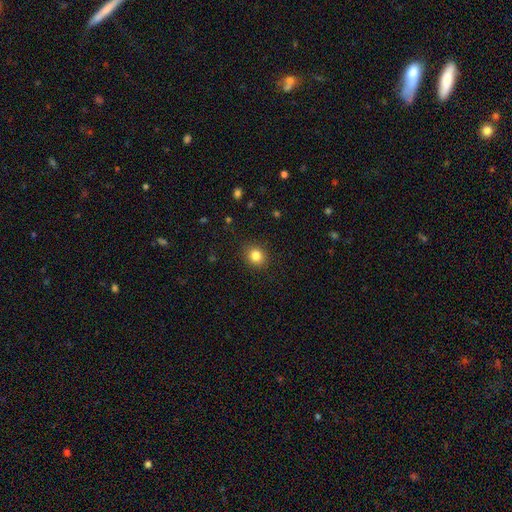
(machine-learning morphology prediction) A smooth galaxy with no disk features (84%) that is round (74%).

Vote fractions:
- Smooth or featured? smooth: 84% / star or artifact: 11% / featured or disk: 6%
- How rounded? round: 74% / in between: 25% / cigar-shaped: 1%
- Merging? none: 89% / minor disturbance: 8% / major disturbance: 2% / merger: 1%